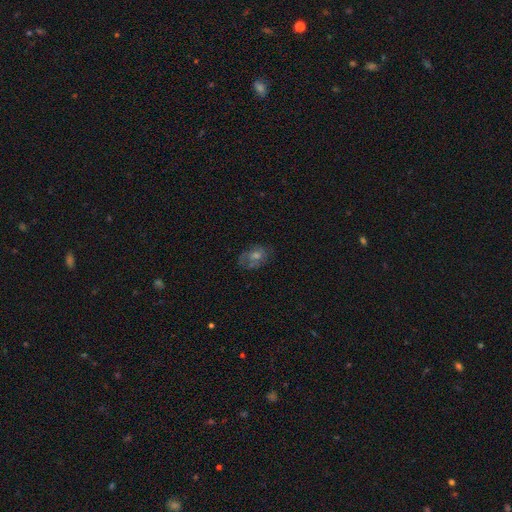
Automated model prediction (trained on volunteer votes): Overall: featured or disk (47%; smooth 33%). Merging: none (73%).